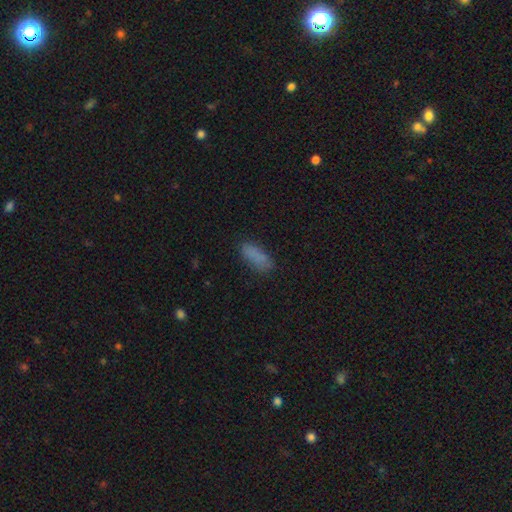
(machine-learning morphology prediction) The model was most divided on "how rounded": in between: 69%, cigar-shaped: 28%, round: 3%. More confident: smooth or featured — smooth (83%); merging — none (76%).